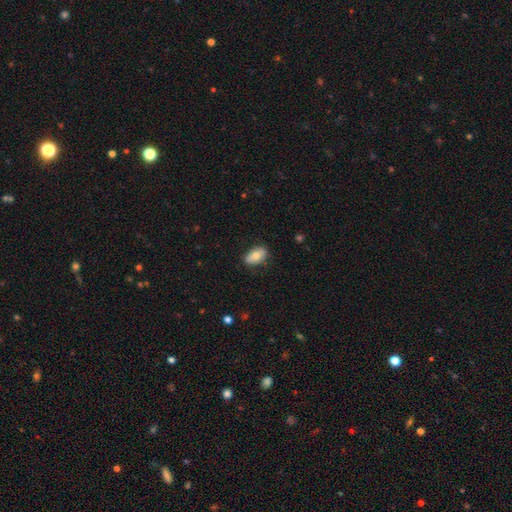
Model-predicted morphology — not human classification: Smooth or featured?
  - smooth: 70% *
  - featured or disk: 22%
  - star or artifact: 7%
How rounded?
  - in between: 89% *
  - round: 8%
  - cigar-shaped: 2%
Merging?
  - none: 77% *
  - minor disturbance: 18%
  - major disturbance: 3%
  - merger: 2%